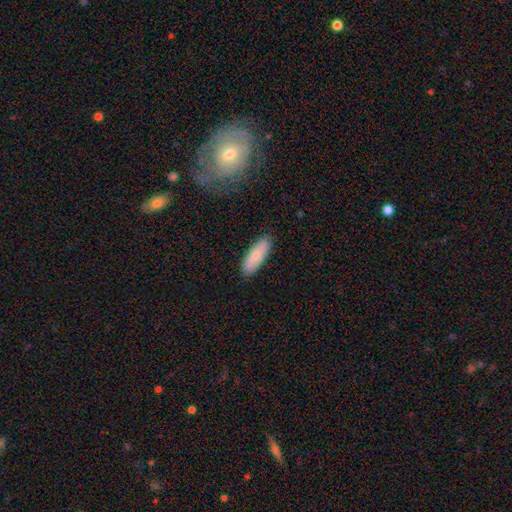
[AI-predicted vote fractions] smooth-or-featured: smooth: 75% | featured or disk: 19% | star or artifact: 6%
  how-rounded: in between: 59% | cigar-shaped: 39% | round: 2%
  merging: none: 87% | minor disturbance: 9% | major disturbance: 2% | merger: 1%